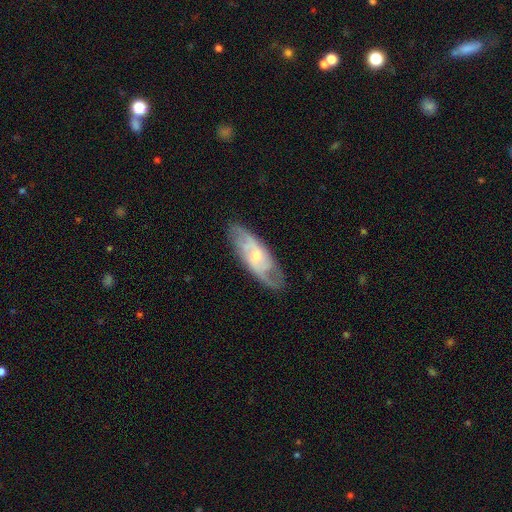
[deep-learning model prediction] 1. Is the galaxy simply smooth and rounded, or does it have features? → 75% featured or disk, 19% smooth, 6% star or artifact.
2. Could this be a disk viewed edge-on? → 85% no, 15% yes.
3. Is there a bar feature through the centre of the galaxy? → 57% no, 36% weak, 7% strong.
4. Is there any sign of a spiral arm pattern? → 91% yes, 9% no.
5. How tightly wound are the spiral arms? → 45% medium, 35% tight, 20% loose.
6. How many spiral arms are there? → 49% 2, 27% can't tell, 13% 3, 4% 4, 3% 1, 3% more than 4.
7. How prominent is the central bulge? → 56% small, 39% moderate, 2% none, 2% large, 1% dominant.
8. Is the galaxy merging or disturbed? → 79% none, 16% minor disturbance, 4% major disturbance, 1% merger.